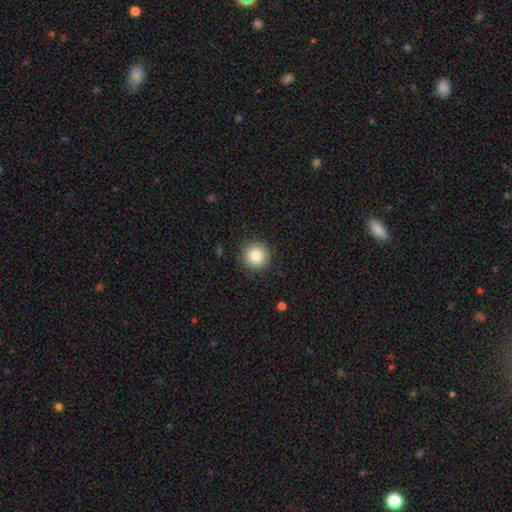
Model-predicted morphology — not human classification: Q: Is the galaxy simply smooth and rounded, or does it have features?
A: smooth — 84%.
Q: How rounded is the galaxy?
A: round — 95%.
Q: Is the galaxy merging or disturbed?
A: none — 91%.